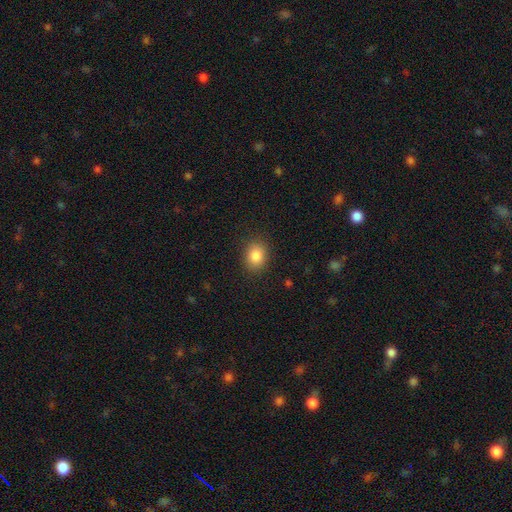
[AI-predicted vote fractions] Morphology: type=smooth (85%); roundness=in between (52%); merging=none (87%).